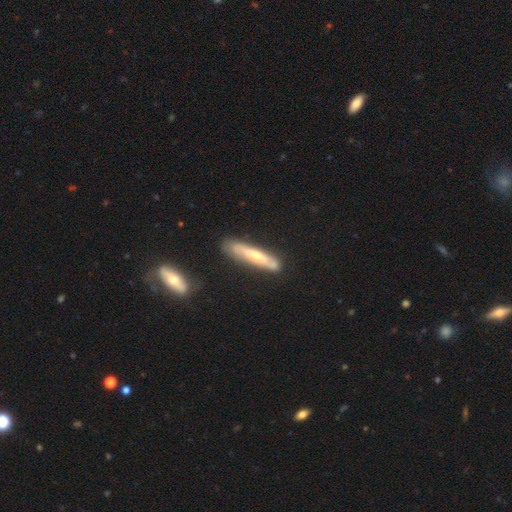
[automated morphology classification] Smooth or featured: featured or disk — 56% (smooth — 37%)
Edge-on disk: yes — 72% (no — 28%)
Merging: none — 74% (minor disturbance — 16%)